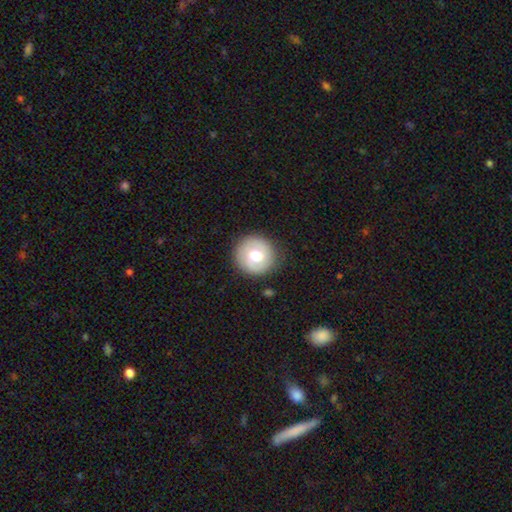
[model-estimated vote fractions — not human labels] Morphology: type=smooth (65%); roundness=round (94%); merging=none (86%).